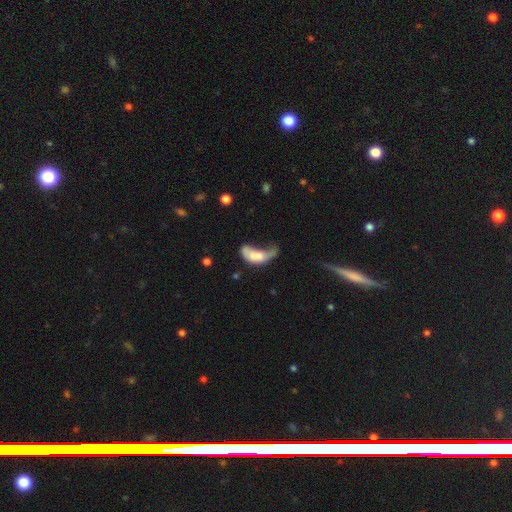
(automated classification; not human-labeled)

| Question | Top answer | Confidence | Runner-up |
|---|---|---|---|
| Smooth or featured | smooth | 58% | featured or disk (33%) |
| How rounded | in between | 84% | cigar-shaped (10%) |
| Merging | major disturbance | 47% | merger (27%) |